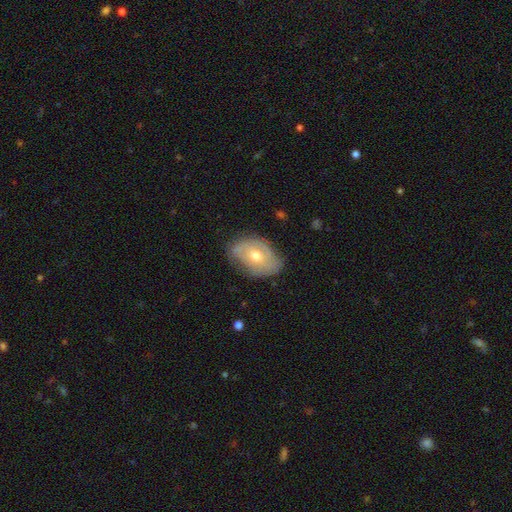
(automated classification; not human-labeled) This appears to be a featured or disk galaxy (52%). Merging: none (64%).